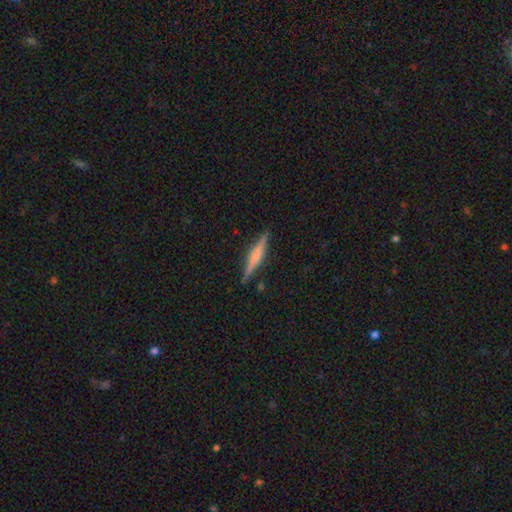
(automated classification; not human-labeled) The model was most divided on "edge-on bulge": rounded: 56%, boxy: 27%, none: 16%. More confident: edge-on disk — yes (98%); merging — none (89%); smooth or featured — featured or disk (67%).